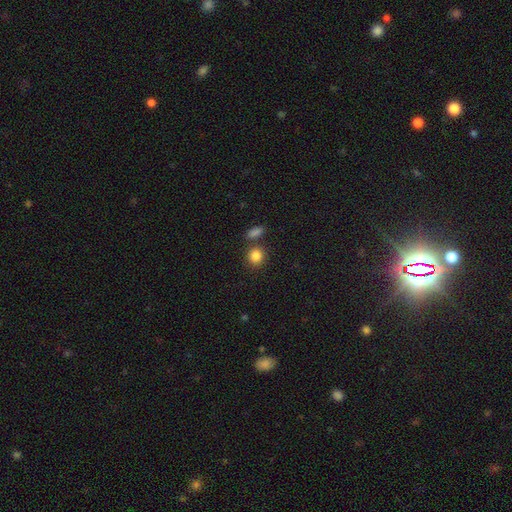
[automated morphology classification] Smooth or featured? smooth (85%)
How rounded? round (80%)
Merging? none (72%)